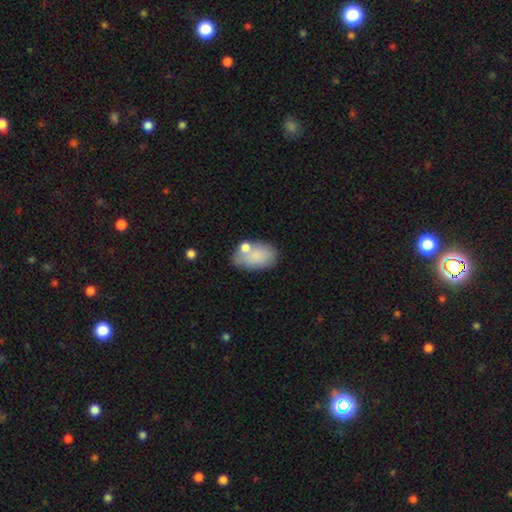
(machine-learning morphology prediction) A smooth galaxy with no disk features (78%) that is in between round and cigar-shaped (90%). Merging: none (54%).